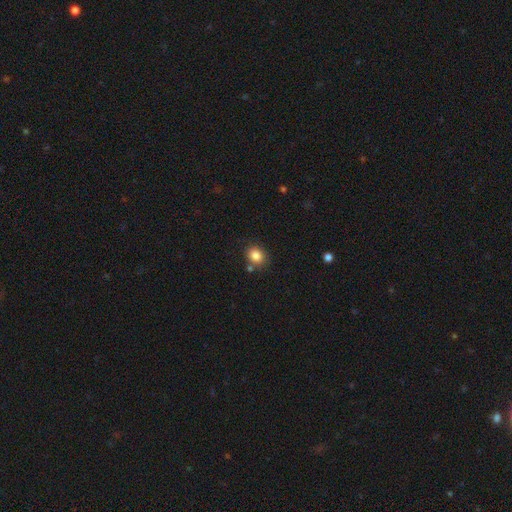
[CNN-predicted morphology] type=smooth (85%); roundness=round (61%); merging=none (77%).